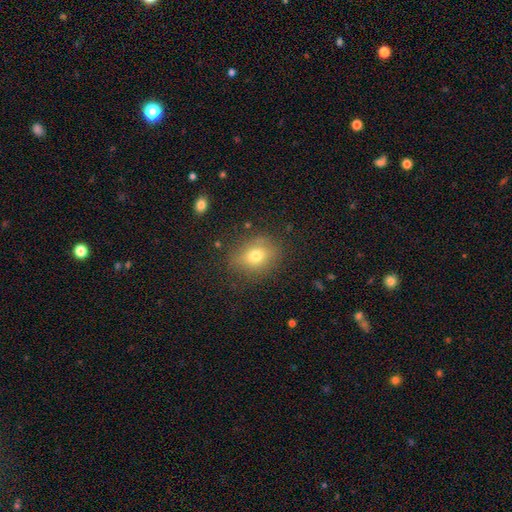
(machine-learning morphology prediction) Overall: smooth (72%). How rounded: in between (53%; round 45%). Merging: none (77%).